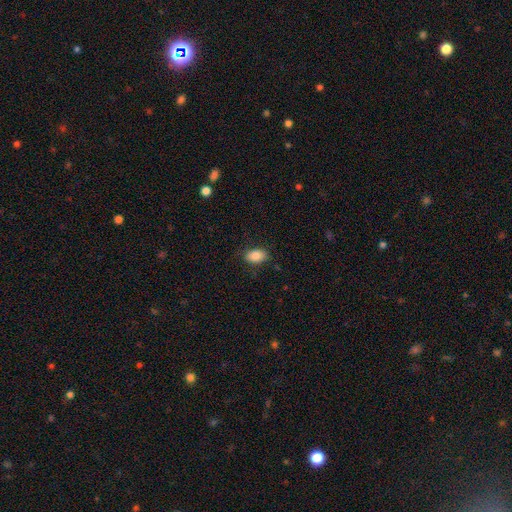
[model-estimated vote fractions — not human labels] smooth-or-featured: smooth: 85% | star or artifact: 8% | featured or disk: 7%
  how-rounded: in between: 90% | round: 9% | cigar-shaped: 2%
  merging: none: 81% | minor disturbance: 14% | major disturbance: 3% | merger: 1%